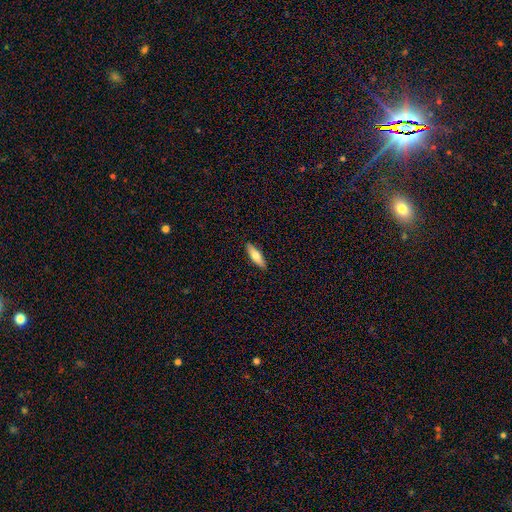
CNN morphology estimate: smooth 65%, featured or disk 29%, star or artifact 6%. Down the decision tree: how rounded — cigar-shaped (53%); merging — none (90%).